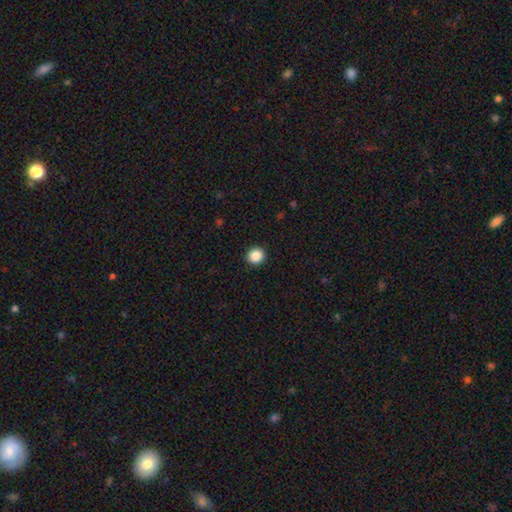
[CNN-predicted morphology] smooth-or-featured: smooth: 88% | star or artifact: 9% | featured or disk: 3%
  how-rounded: round: 93% | in between: 6% | cigar-shaped: 1%
  merging: none: 93% | minor disturbance: 5% | major disturbance: 2% | merger: 1%